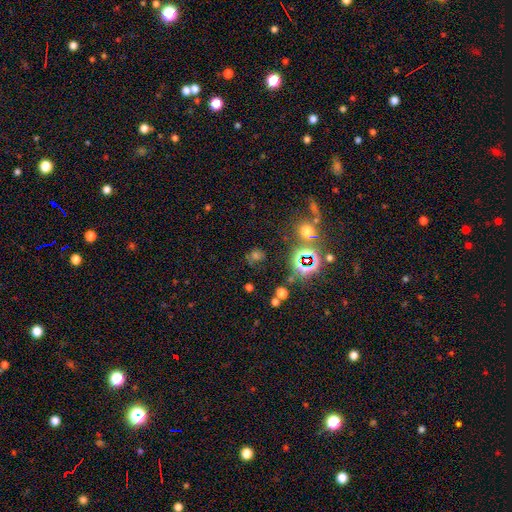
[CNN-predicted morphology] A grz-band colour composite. It shows a star or artifact, not a galaxy (56%).